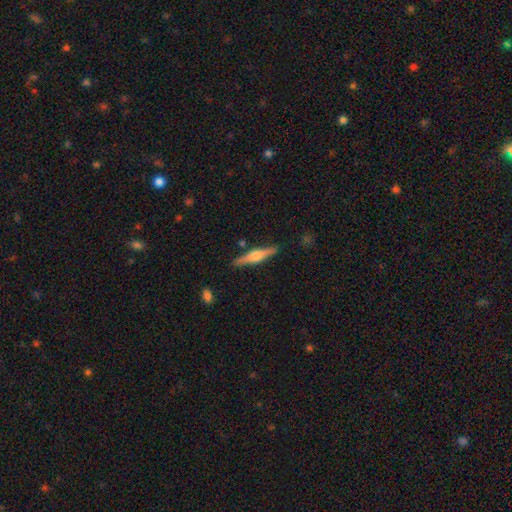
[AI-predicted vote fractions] Overall: featured or disk (65%; smooth 30%). Edge-on disk: yes (97%). Edge-on bulge: rounded (80%). Merging: none (87%).